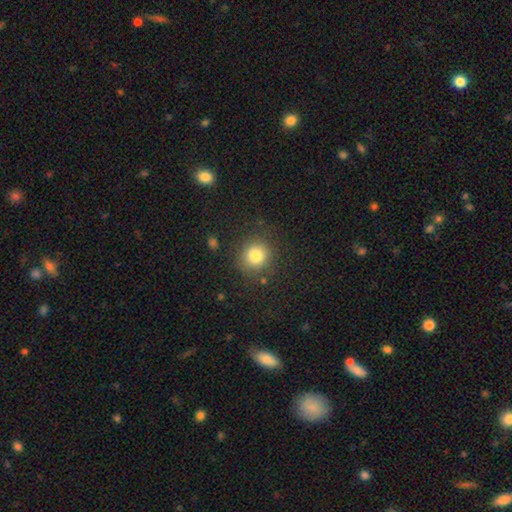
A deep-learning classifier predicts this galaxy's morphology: smooth-or-featured: smooth: 81% | star or artifact: 11% | featured or disk: 7%
  how-rounded: round: 91% | in between: 8% | cigar-shaped: 1%
  merging: none: 84% | minor disturbance: 10% | major disturbance: 4% | merger: 2%